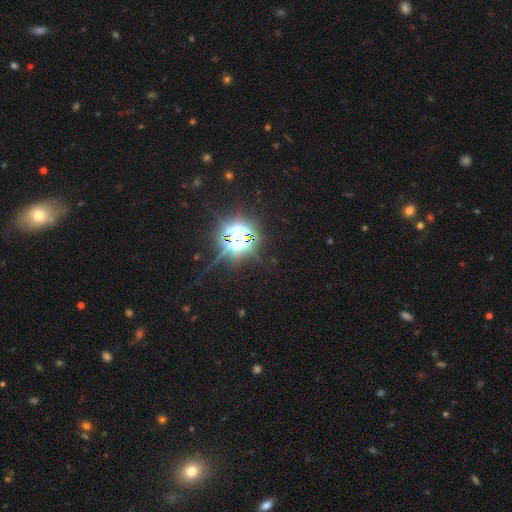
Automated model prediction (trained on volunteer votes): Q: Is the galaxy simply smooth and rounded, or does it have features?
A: star or artifact — 85%.